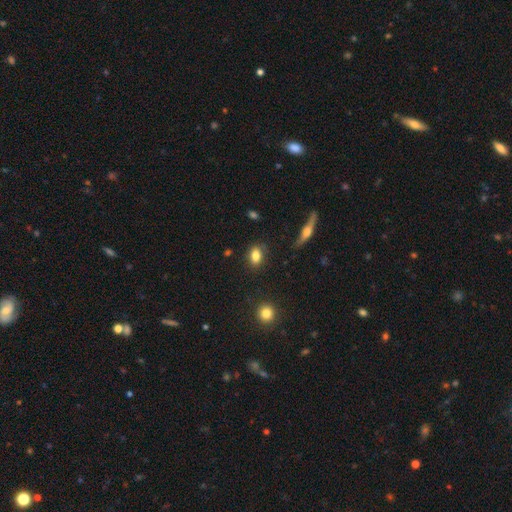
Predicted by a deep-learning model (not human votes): The model was most divided on "how rounded": in between: 76%, round: 21%, cigar-shaped: 3%. More confident: merging — none (84%); smooth or featured — smooth (83%).